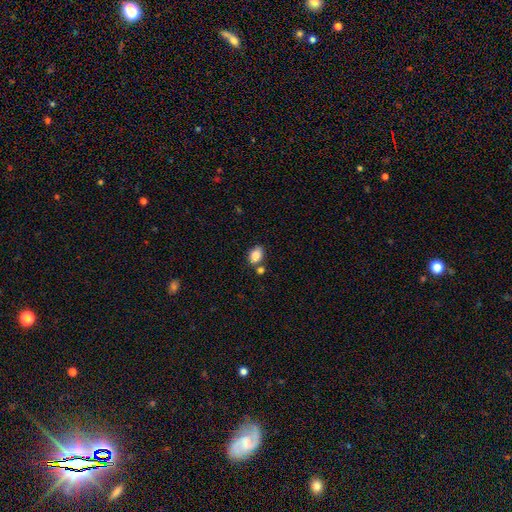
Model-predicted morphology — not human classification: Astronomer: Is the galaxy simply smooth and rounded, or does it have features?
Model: smooth — 86%.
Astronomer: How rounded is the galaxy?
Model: in between — 80%.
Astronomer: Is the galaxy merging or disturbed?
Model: none — 66%.